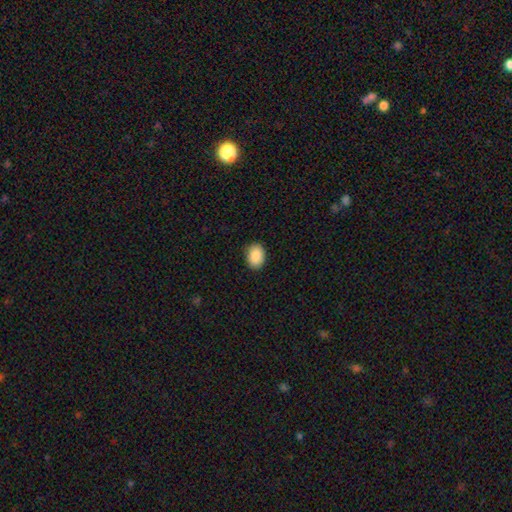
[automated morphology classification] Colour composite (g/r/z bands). It shows a smooth galaxy with no disk features (90%) that is in between round and cigar-shaped (77%). Merging: none (89%).